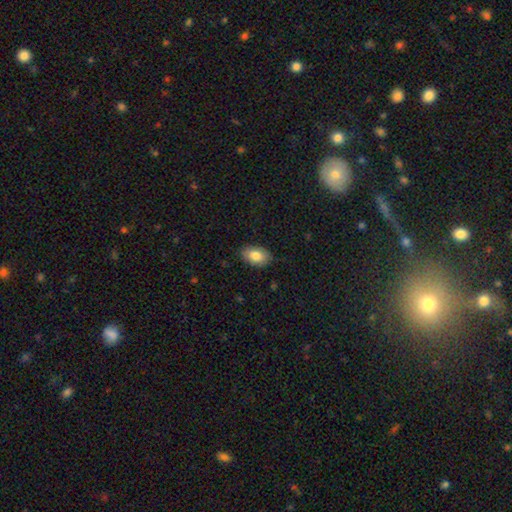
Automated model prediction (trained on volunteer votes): Smooth or featured? smooth (82%)
How rounded? in between (90%)
Merging? none (85%)